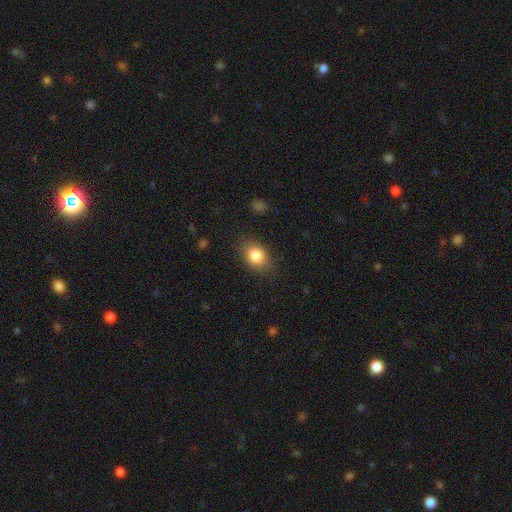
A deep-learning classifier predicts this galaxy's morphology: smooth-or-featured: smooth: 84% | star or artifact: 9% | featured or disk: 7%
  how-rounded: in between: 71% | round: 28% | cigar-shaped: 1%
  merging: none: 83% | minor disturbance: 13% | major disturbance: 4% | merger: 1%